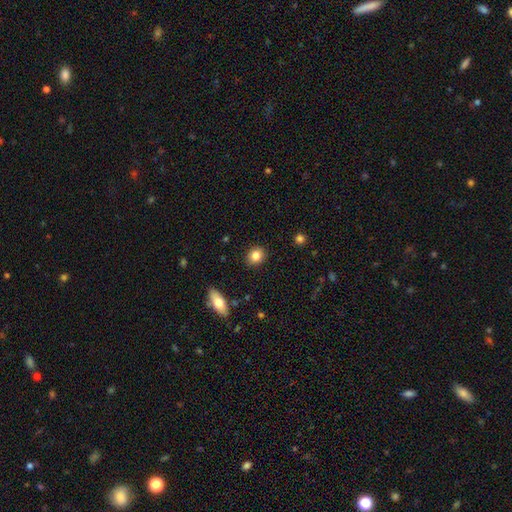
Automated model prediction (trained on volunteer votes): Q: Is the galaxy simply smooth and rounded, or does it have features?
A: smooth — 84%.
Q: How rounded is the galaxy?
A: round — 75%.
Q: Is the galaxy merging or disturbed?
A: none — 90%.